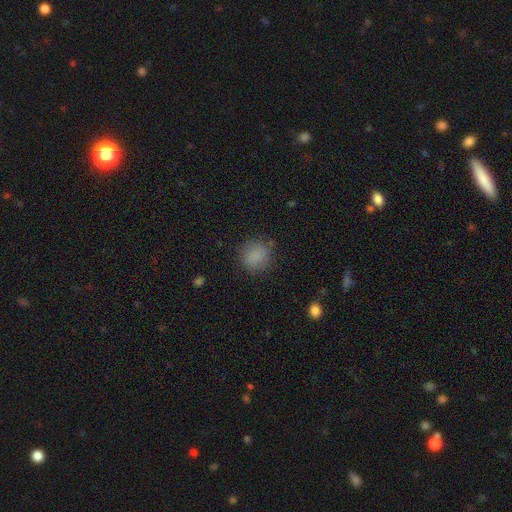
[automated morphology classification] This appears to be a smooth galaxy with no disk features (85%) that is round (80%). Merging: none (84%).